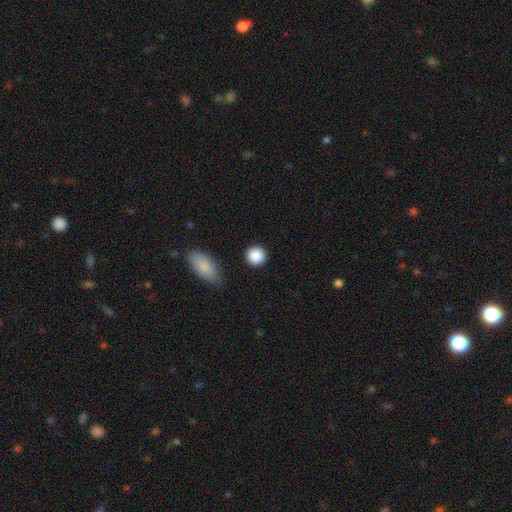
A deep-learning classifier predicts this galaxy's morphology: type=smooth (89%); roundness=round (91%); merging=none (88%).